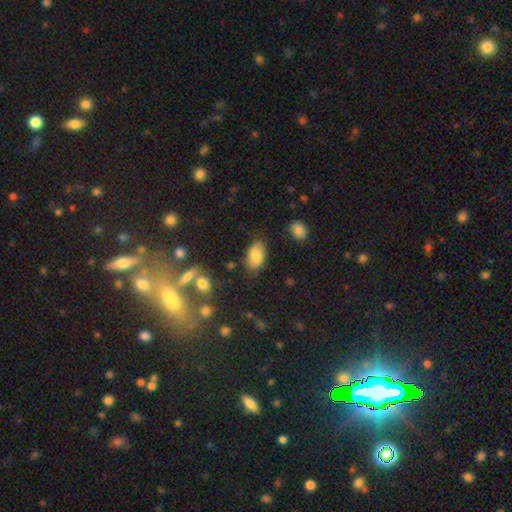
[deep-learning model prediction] This is clearly a smooth galaxy (82%). How rounded: clearly in between (92%). Merging: likely none (74%).